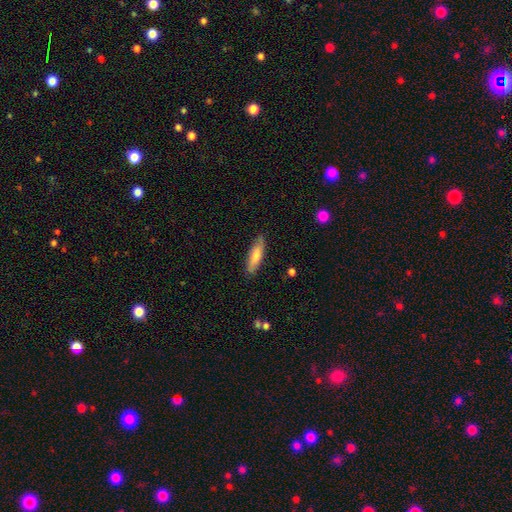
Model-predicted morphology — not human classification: The model was most divided on "how rounded": cigar-shaped: 60%, in between: 38%, round: 2%. More confident: merging — none (84%); smooth or featured — smooth (73%).